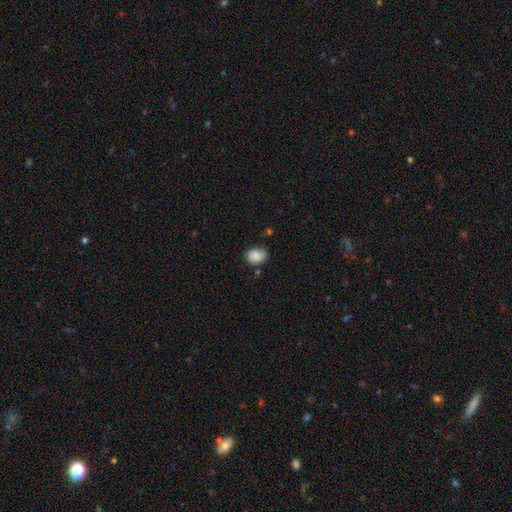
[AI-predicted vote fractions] smooth-or-featured: smooth: 81% | featured or disk: 11% | star or artifact: 8%
  how-rounded: in between: 62% | round: 37% | cigar-shaped: 1%
  merging: none: 63% | minor disturbance: 28% | major disturbance: 6% | merger: 3%